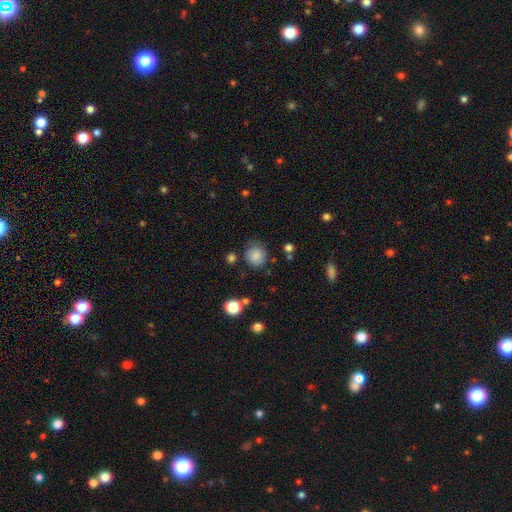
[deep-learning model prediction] Smooth or featured: smooth — 85% (star or artifact — 10%)
How rounded: round — 86% (in between — 13%)
Merging: none — 77% (minor disturbance — 15%)